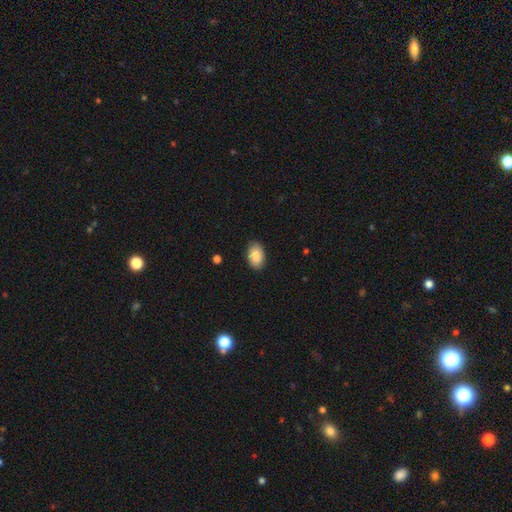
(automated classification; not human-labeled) Smooth or featured? smooth (89%)
How rounded? in between (92%)
Merging? none (87%)